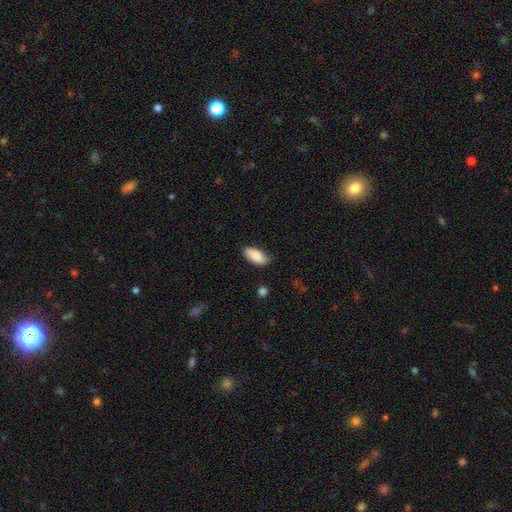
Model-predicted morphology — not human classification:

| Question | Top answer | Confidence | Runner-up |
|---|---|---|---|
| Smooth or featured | smooth | 89% | star or artifact (6%) |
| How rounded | in between | 91% | cigar-shaped (7%) |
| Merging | none | 82% | minor disturbance (14%) |